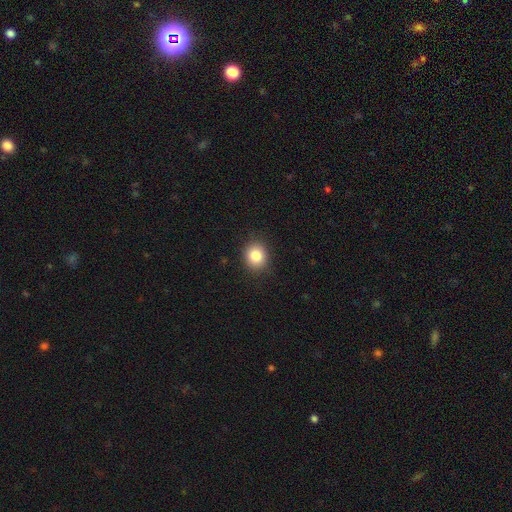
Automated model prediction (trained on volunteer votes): Smooth or featured?
  - smooth: 84% *
  - star or artifact: 10%
  - featured or disk: 6%
How rounded?
  - round: 76% *
  - in between: 23%
  - cigar-shaped: 1%
Merging?
  - none: 89% *
  - minor disturbance: 8%
  - major disturbance: 2%
  - merger: 1%